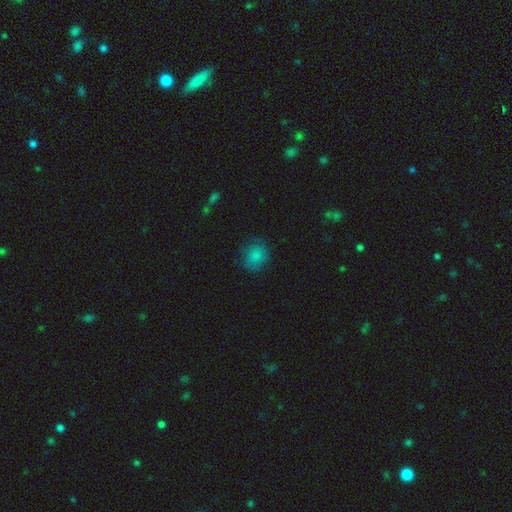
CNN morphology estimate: Smooth or featured? smooth (83%)
How rounded? round (78%)
Merging? none (78%)